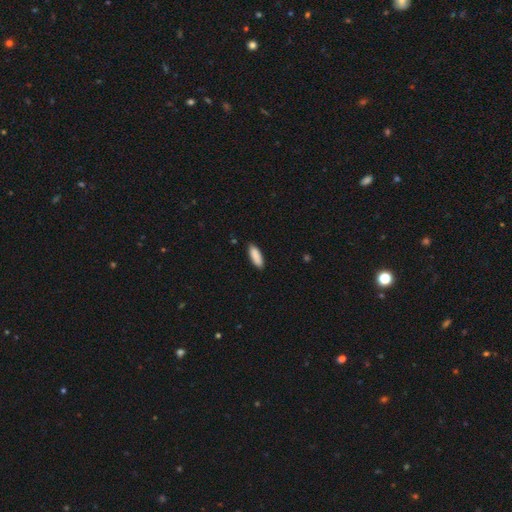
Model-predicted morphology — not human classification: Smooth or featured: smooth — 90% (star or artifact — 6%)
How rounded: in between — 64% (cigar-shaped — 34%)
Merging: none — 87% (minor disturbance — 10%)